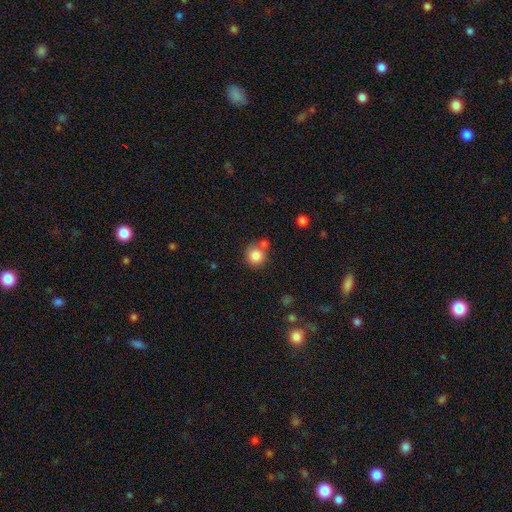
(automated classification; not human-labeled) This is clearly a smooth galaxy (84%). How rounded: clearly round (92%). Merging: likely none (65%).